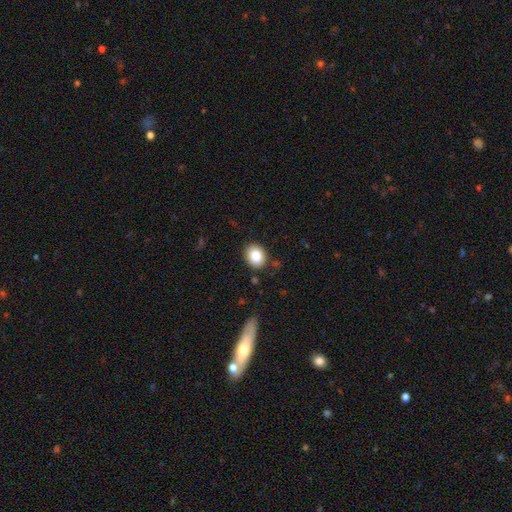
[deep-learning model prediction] smooth_or_featured: smooth (p=0.86) [alt: star or artifact p=0.09]
how_rounded: round (p=0.52) [alt: in between p=0.48]
merging: none (p=0.85) [alt: minor disturbance p=0.10]